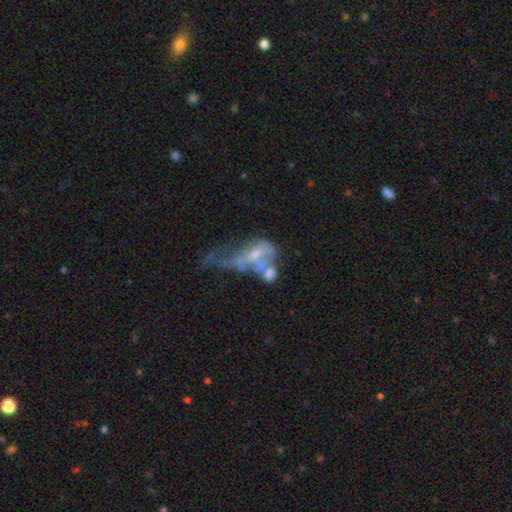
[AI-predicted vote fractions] smooth-or-featured: featured or disk: 57% | smooth: 30% | star or artifact: 13%
  disk-edge-on: no: 94% | yes: 6%
    bar: no: 79% | weak: 16% | strong: 5%
    has-spiral-arms: no: 83% | yes: 17%
    bulge-size: small: 34% | moderate: 33% | none: 27% | large: 4% | dominant: 2%
  merging: merger: 43% | major disturbance: 37% | none: 11% | minor disturbance: 9%